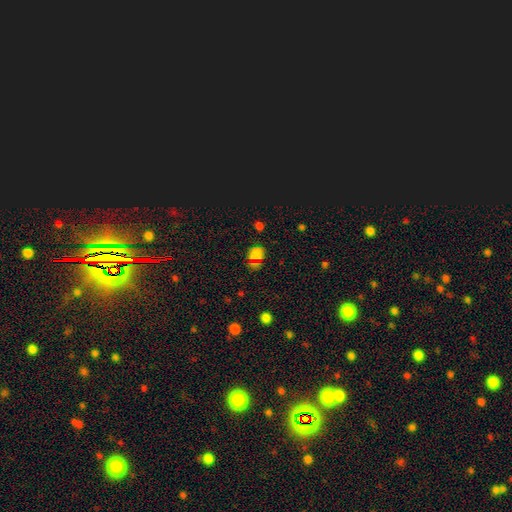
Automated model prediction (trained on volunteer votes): smooth-or-featured: smooth: 60% | star or artifact: 33% | featured or disk: 7%
  how-rounded: round: 62% | in between: 36% | cigar-shaped: 2%
  merging: none: 76% | minor disturbance: 15% | major disturbance: 5% | merger: 4%